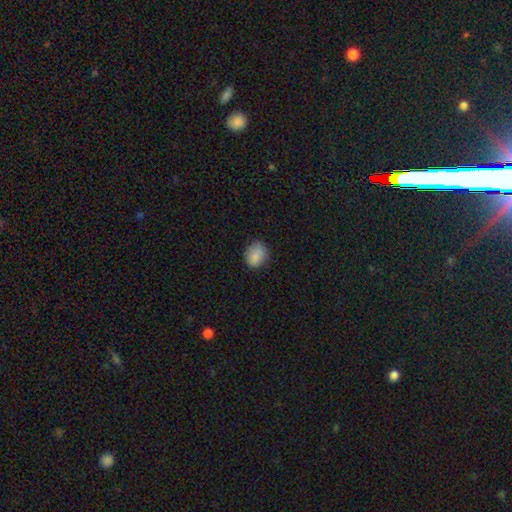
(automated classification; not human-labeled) Smooth or featured: smooth — 85% (star or artifact — 8%)
How rounded: round — 50% (in between — 49%)
Merging: none — 76% (minor disturbance — 19%)